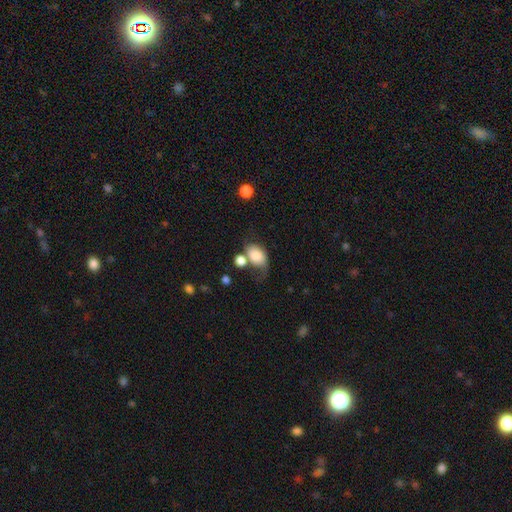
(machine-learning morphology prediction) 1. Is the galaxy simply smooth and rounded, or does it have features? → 75% smooth, 16% featured or disk, 9% star or artifact.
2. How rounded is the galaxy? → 75% in between, 23% round, 1% cigar-shaped.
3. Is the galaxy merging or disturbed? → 30% none, 27% merger, 22% minor disturbance, 22% major disturbance.